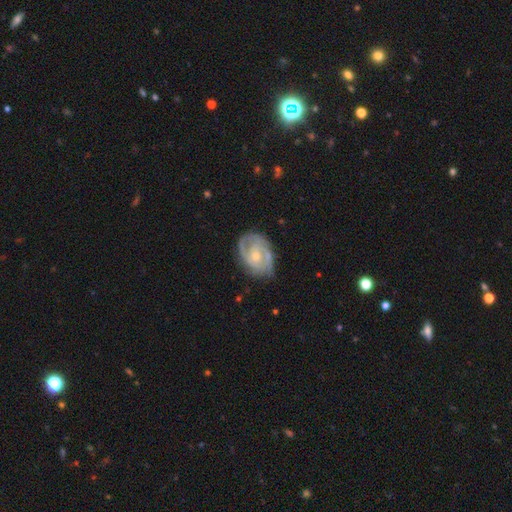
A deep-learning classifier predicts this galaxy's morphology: type=featured or disk (79%); edge-on=no (97%); bar=no (68%); spiral arms=yes (89%); winding=tight (54%); arm count=2 (44%); bulge=small (59%); merging=none (65%).